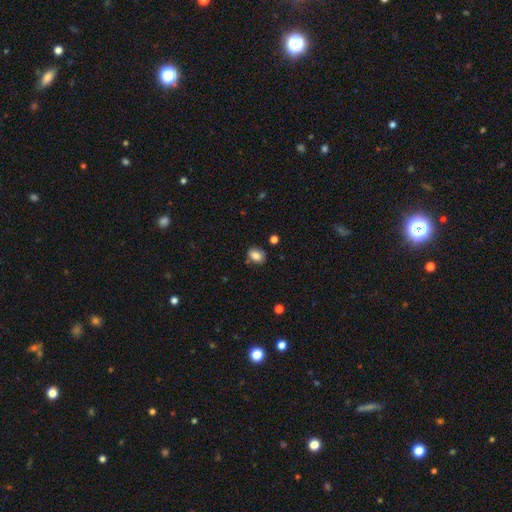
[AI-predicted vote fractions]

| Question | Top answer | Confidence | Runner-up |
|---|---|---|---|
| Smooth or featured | smooth | 80% | featured or disk (11%) |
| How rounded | in between | 74% | round (25%) |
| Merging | none | 75% | minor disturbance (16%) |